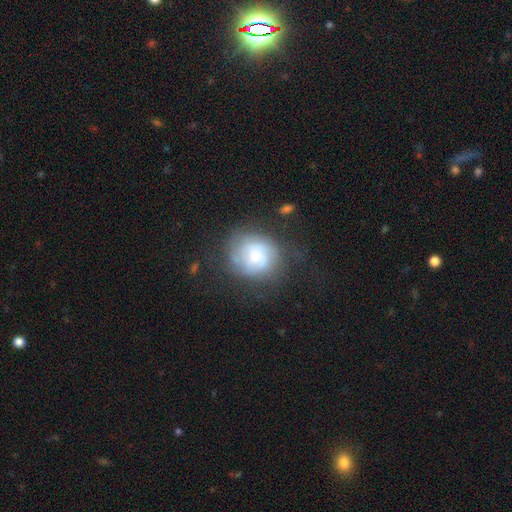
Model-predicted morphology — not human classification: featured or disk 49%, smooth 42%, star or artifact 9%. Down the decision tree: merging — none (61%).